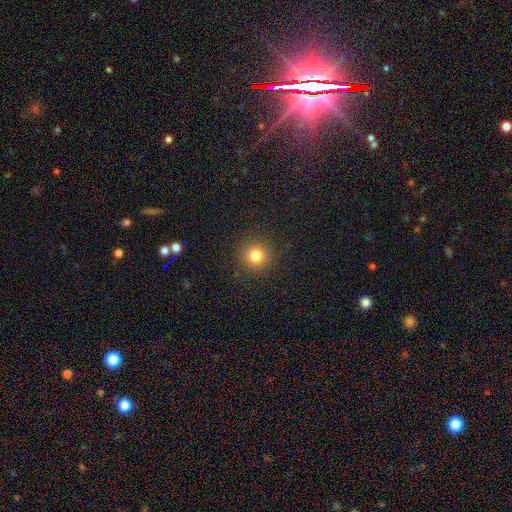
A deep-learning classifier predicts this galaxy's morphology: The model was most divided on "smooth or featured": smooth: 80%, star or artifact: 14%, featured or disk: 6%. More confident: how rounded — round (95%); merging — none (90%).